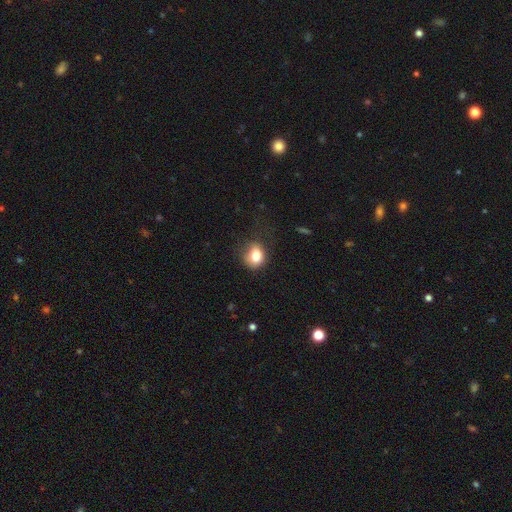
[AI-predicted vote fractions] This is clearly a smooth galaxy (81%). How rounded: possibly round (52%). Merging: likely none (63%).